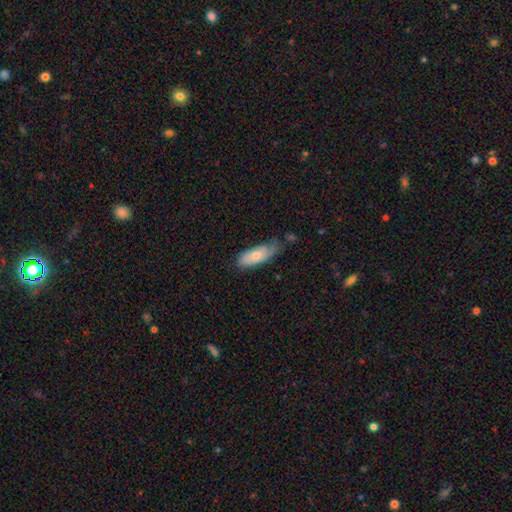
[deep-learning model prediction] The model was most divided on "merging": none: 49%, minor disturbance: 37%, major disturbance: 10%, merger: 3%. More confident: how rounded — in between (77%); smooth or featured — smooth (72%).